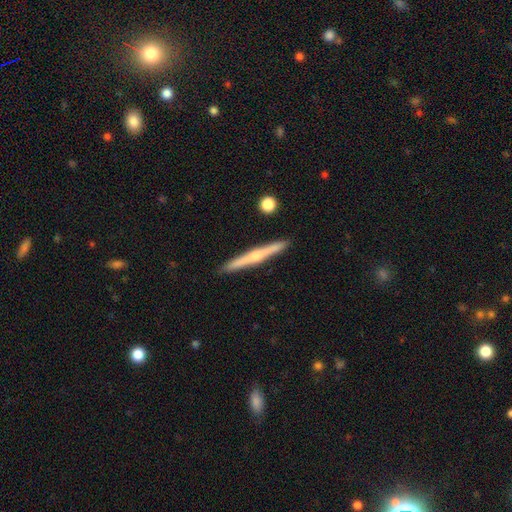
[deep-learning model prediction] smooth_or_featured: featured or disk (p=0.65) [alt: smooth p=0.28]
disk_edge_on: yes (p=0.97) [alt: no p=0.03]
edge_on_bulge: rounded (p=0.73) [alt: none p=0.21]
merging: none (p=0.88) [alt: minor disturbance p=0.08]